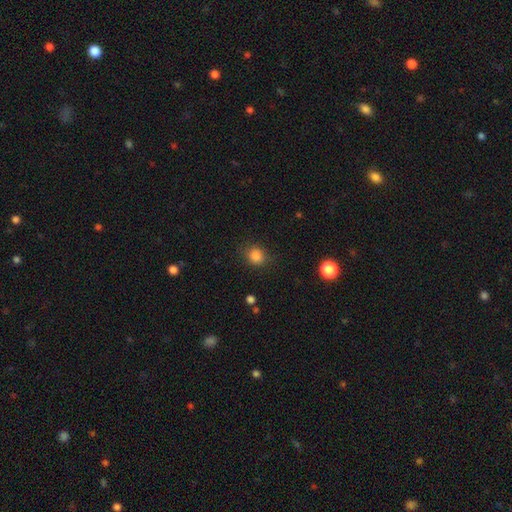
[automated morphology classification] This is clearly a smooth galaxy (84%). How rounded: likely round (74%). Merging: clearly none (80%).